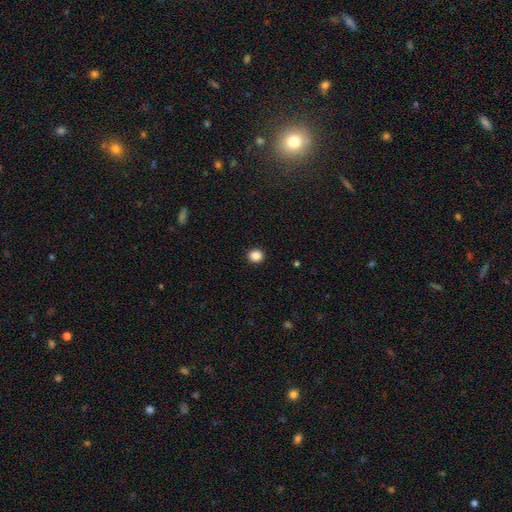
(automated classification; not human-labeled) Smooth or featured? smooth (87%)
How rounded? round (85%)
Merging? none (93%)